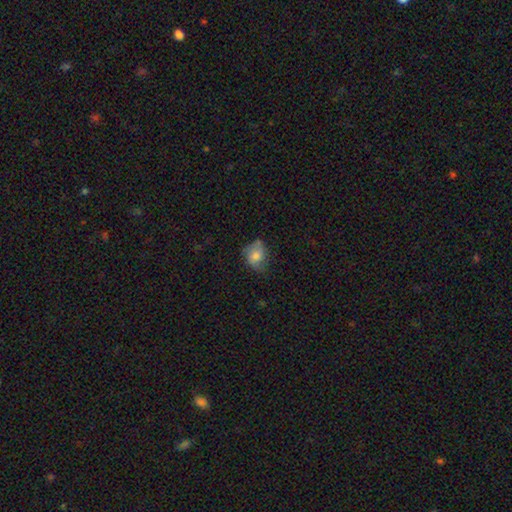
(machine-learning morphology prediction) A smooth galaxy with no disk features (62%) that is in between round and cigar-shaped (53%).

Vote fractions:
- Smooth or featured? smooth: 62% / featured or disk: 29% / star or artifact: 9%
- How rounded? in between: 53% / round: 45% / cigar-shaped: 1%
- Merging? none: 57% / minor disturbance: 30% / major disturbance: 10% / merger: 2%